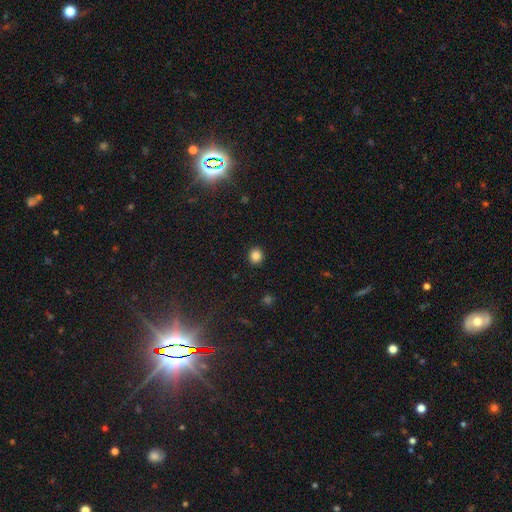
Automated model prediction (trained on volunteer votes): Overall: smooth (84%). How rounded: round (87%). Merging: none (92%).